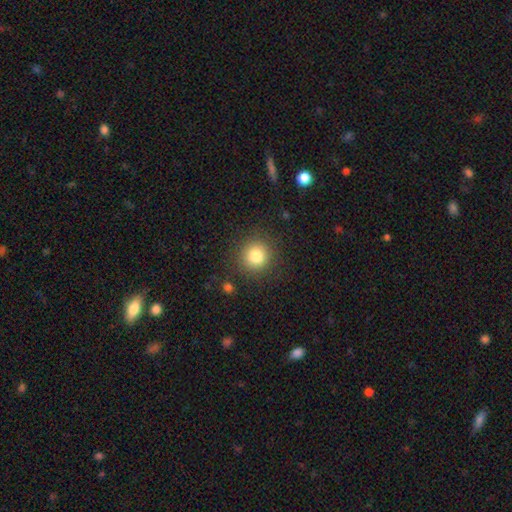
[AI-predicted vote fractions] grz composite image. It shows a smooth galaxy with no disk features (81%) that is round (91%). Merging: none (87%).